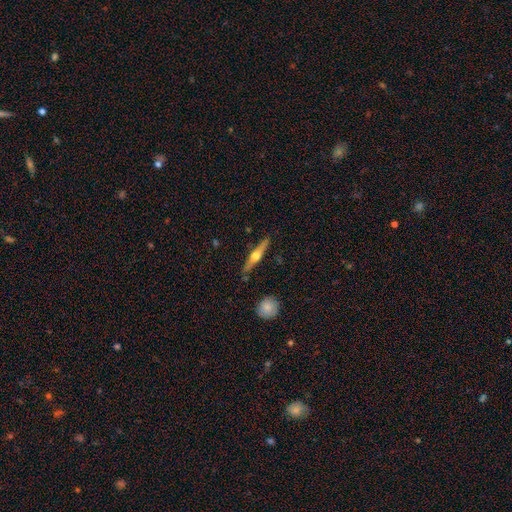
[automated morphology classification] smooth-or-featured: featured or disk: 66% | smooth: 28% | star or artifact: 5%
  disk-edge-on: yes: 96% | no: 4%
    edge-on-bulge: rounded: 95% | none: 3% | boxy: 3%
  merging: none: 87% | minor disturbance: 9% | merger: 2% | major disturbance: 2%